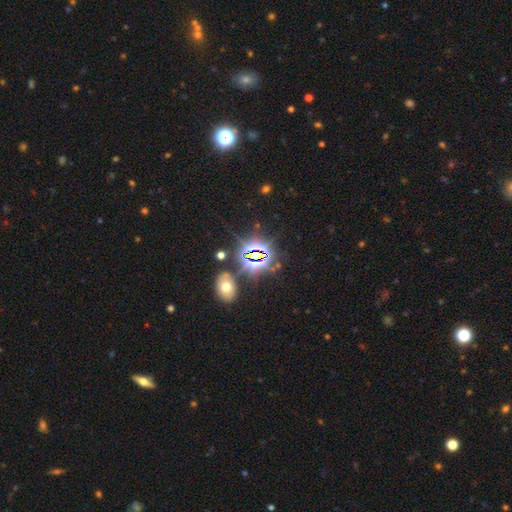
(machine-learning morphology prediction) star or artifact 77%, smooth 14%, featured or disk 9%.